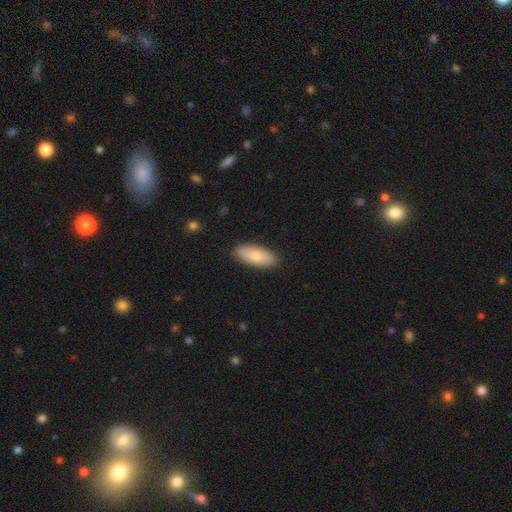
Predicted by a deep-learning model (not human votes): This appears to be a smooth galaxy with no disk features (78%) that is in between round and cigar-shaped (81%). Merging: none (88%).